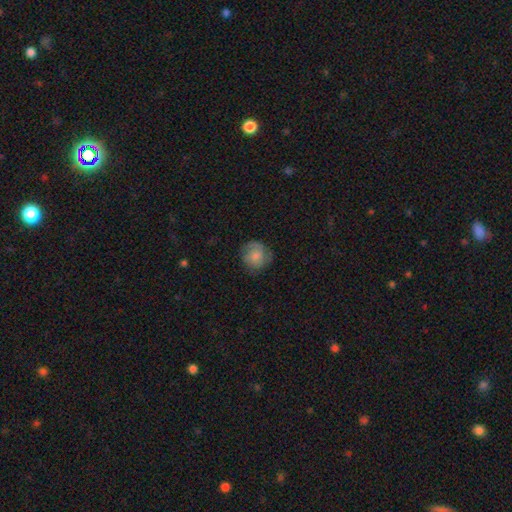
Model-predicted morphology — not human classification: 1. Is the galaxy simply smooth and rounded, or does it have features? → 62% smooth, 30% featured or disk, 8% star or artifact.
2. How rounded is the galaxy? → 87% round, 12% in between, 1% cigar-shaped.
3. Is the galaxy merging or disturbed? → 72% none, 19% minor disturbance, 7% major disturbance, 1% merger.